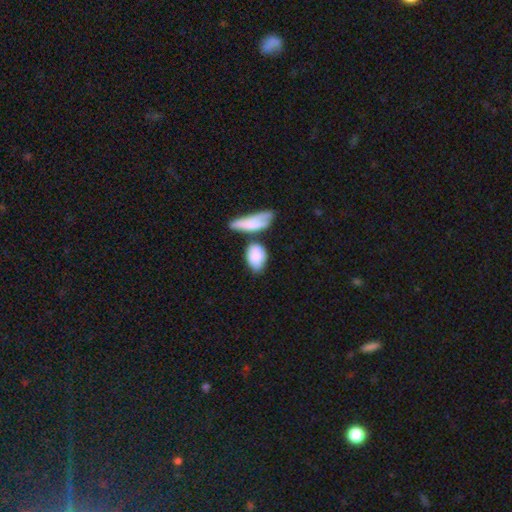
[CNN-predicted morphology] Smooth or featured? Predicted: smooth (p=0.76). How rounded? Predicted: in between (p=0.85). Merging? Predicted: none (p=0.42).